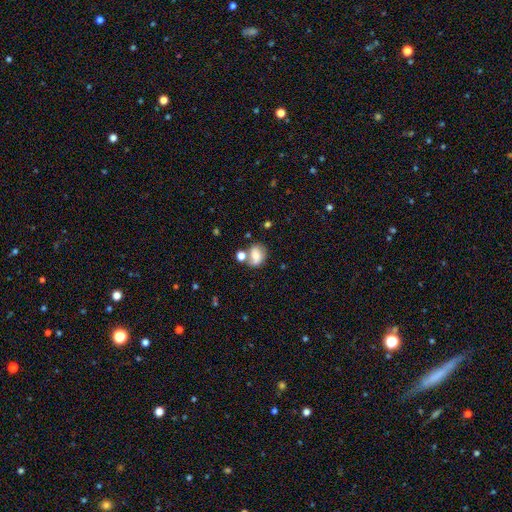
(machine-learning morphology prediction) Smooth or featured? Predicted: smooth (p=0.71). How rounded? Predicted: in between (p=0.63). Merging? Predicted: none (p=0.45).